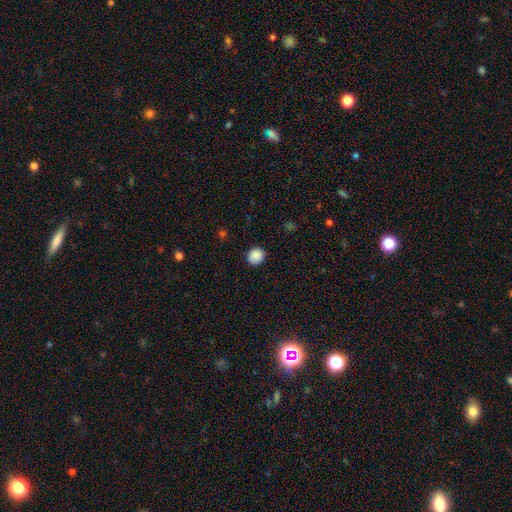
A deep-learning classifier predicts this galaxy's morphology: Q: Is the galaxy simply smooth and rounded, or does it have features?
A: smooth — 89%.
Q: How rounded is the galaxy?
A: round — 84%.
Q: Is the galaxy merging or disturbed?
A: none — 91%.